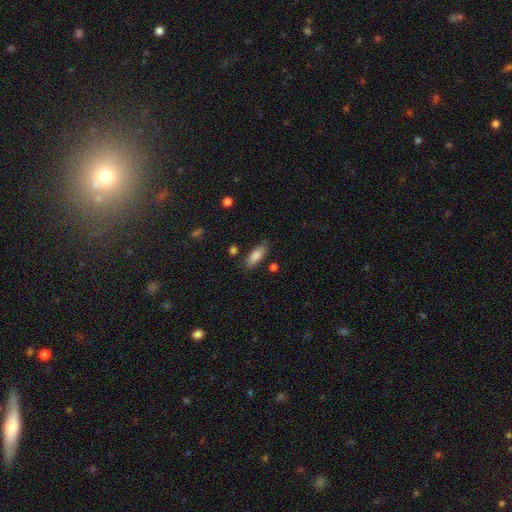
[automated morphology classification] The model was most divided on "how rounded": in between: 68%, cigar-shaped: 30%, round: 2%. More confident: smooth or featured — smooth (84%); merging — none (81%).